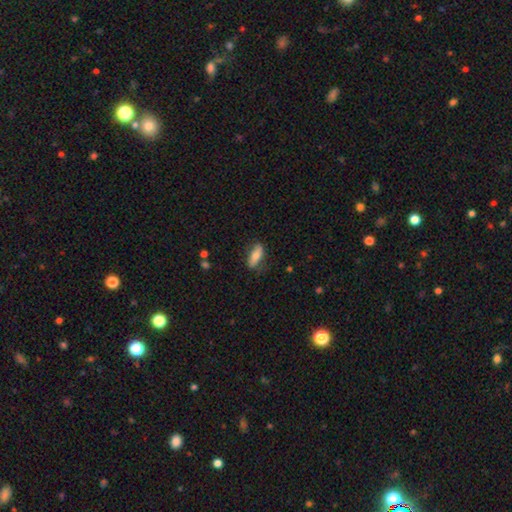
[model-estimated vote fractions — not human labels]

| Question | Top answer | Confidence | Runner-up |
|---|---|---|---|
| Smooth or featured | smooth | 73% | featured or disk (21%) |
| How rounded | in between | 71% | cigar-shaped (26%) |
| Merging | none | 75% | minor disturbance (19%) |